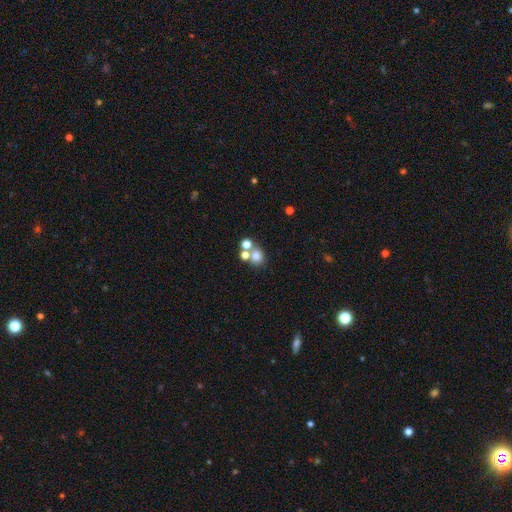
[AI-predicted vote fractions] smooth 71%, star or artifact 16%, featured or disk 13%. Down the decision tree: how rounded — round (78%); merging — none (46%).